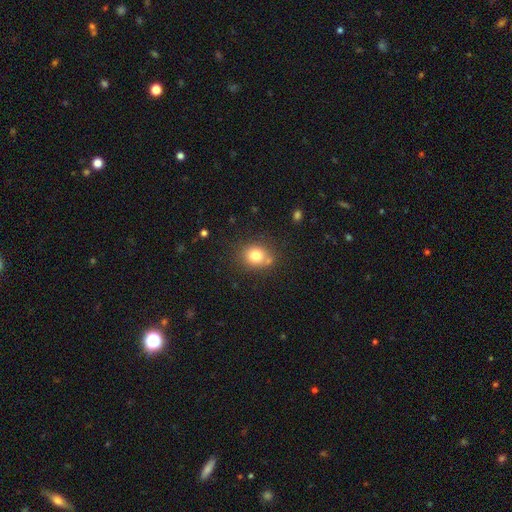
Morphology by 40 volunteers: This is likely a smooth galaxy (78%). How rounded: clearly round (81%). Merging: likely none (63%).